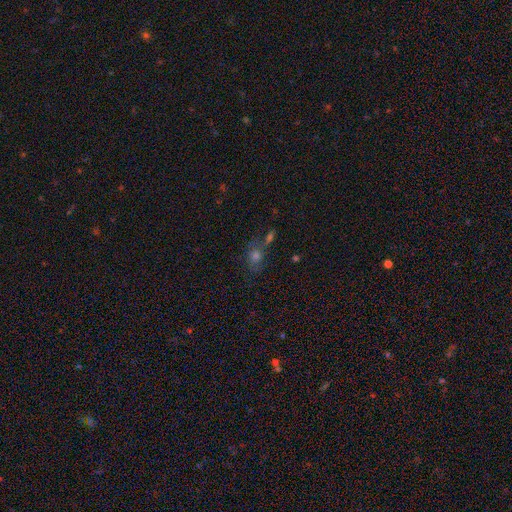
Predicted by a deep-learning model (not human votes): smooth_or_featured: smooth (p=0.52) [alt: star or artifact p=0.29]
how_rounded: in between (p=0.49) [alt: round p=0.48]
merging: none (p=0.57) [alt: merger p=0.22]